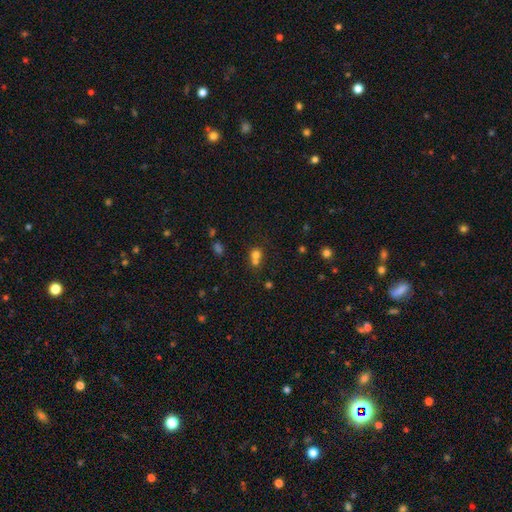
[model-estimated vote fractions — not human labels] Q: Smooth or featured?
A: smooth (72%); runner-up: star or artifact (16%)
Q: How rounded?
A: round (78%); runner-up: in between (21%)
Q: Merging?
A: merger (56%); runner-up: none (35%)